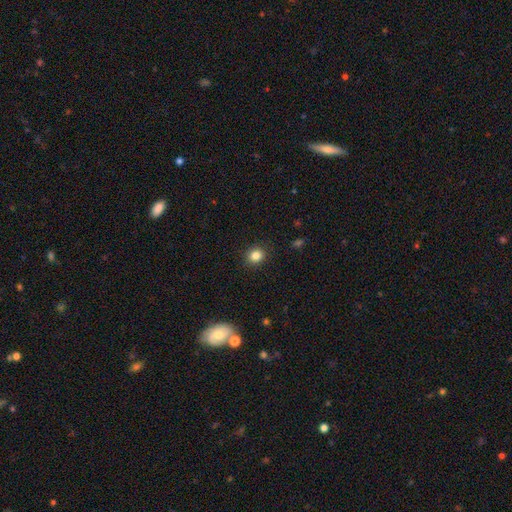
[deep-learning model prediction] Q: Smooth or featured?
A: smooth (84%); runner-up: star or artifact (11%)
Q: How rounded?
A: round (79%); runner-up: in between (20%)
Q: Merging?
A: none (90%); runner-up: minor disturbance (7%)